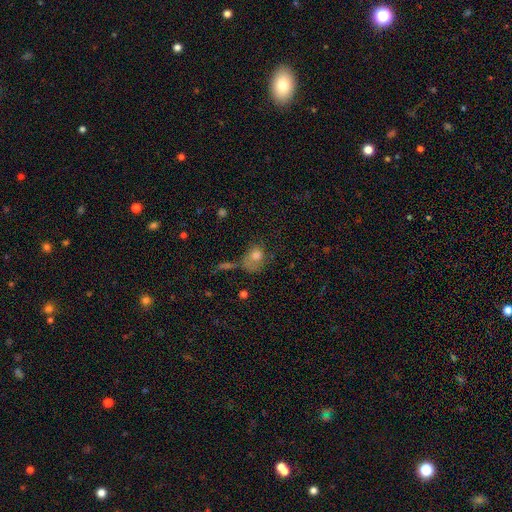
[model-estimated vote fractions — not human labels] Smooth or featured?
  - smooth: 70% *
  - featured or disk: 17%
  - star or artifact: 13%
How rounded?
  - in between: 50% *
  - round: 48%
  - cigar-shaped: 2%
Merging?
  - none: 34% *
  - major disturbance: 26%
  - minor disturbance: 22%
  - merger: 18%